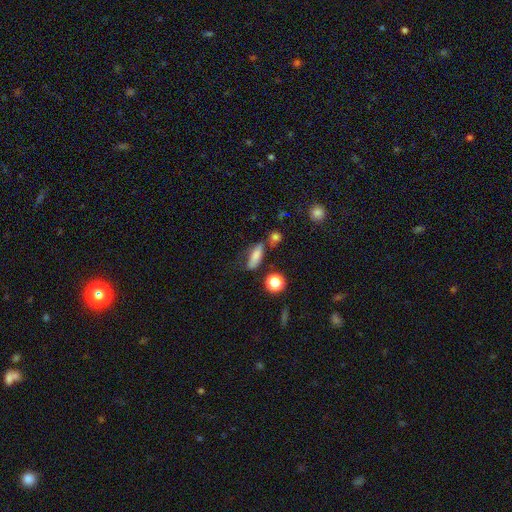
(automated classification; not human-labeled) Morphology: type=smooth (75%); roundness=in between (58%); merging=none (55%).